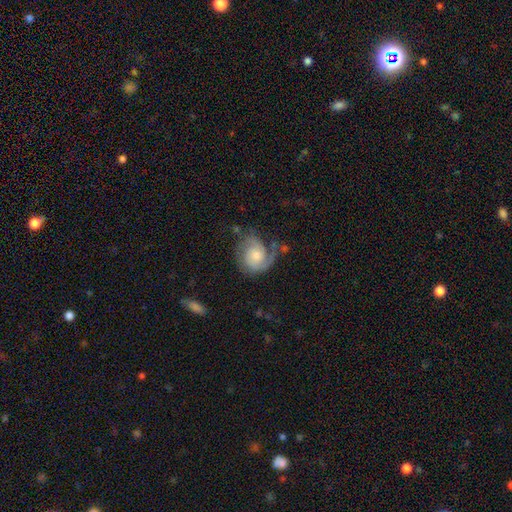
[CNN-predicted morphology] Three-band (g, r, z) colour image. It shows a featured or disk galaxy (76%) with no bar (70%), 2 (59%) tight (45%) spiral arms (95%) and a moderate central bulge (47%). Merging: none (55%).